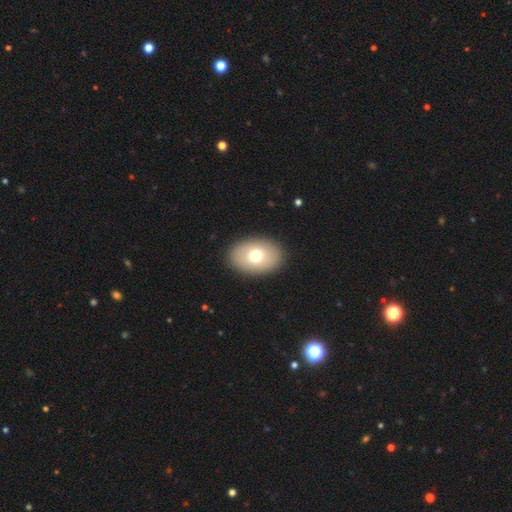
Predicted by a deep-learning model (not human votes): Smooth or featured? smooth (72%)
How rounded? in between (82%)
Merging? none (90%)